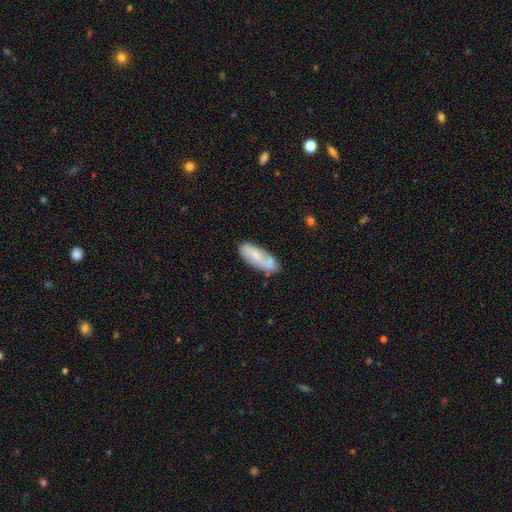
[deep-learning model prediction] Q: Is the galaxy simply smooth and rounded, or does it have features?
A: smooth — 58%.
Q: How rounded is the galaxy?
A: in between — 71%.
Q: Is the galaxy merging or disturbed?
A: none — 59%.